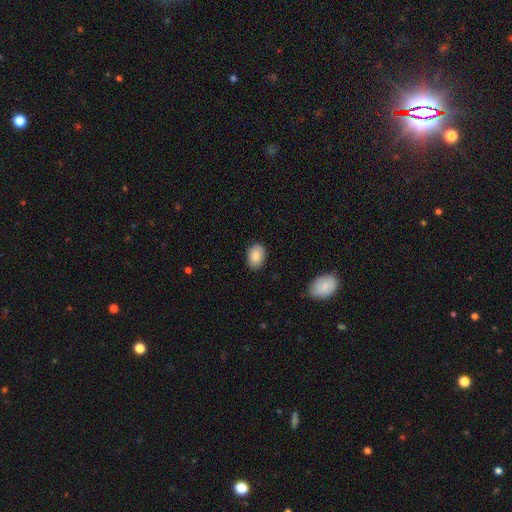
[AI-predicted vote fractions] Smooth or featured: smooth — 88% (star or artifact — 7%)
How rounded: in between — 77% (round — 22%)
Merging: none — 87% (minor disturbance — 10%)